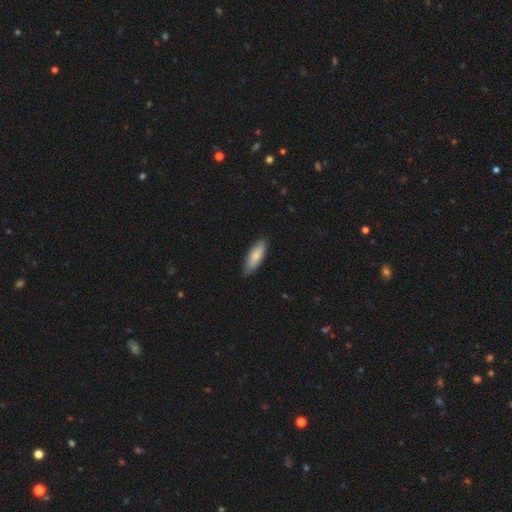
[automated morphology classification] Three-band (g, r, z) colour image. It shows a smooth galaxy with no disk features (79%) that is in between round and cigar-shaped (63%). Merging: none (80%).